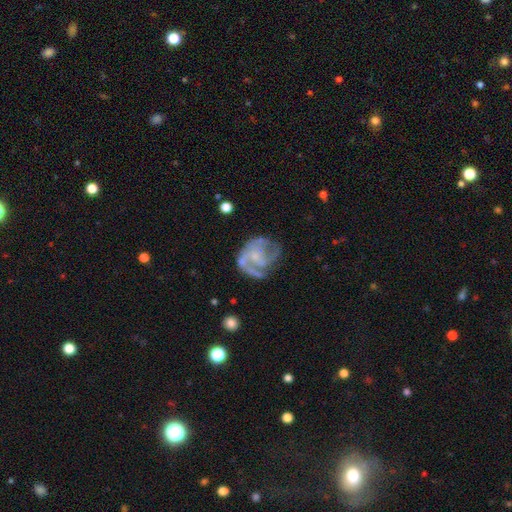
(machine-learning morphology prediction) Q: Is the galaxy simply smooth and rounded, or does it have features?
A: featured or disk — 76%.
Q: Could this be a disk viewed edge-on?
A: no — 98%.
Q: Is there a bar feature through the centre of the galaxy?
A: no — 65%.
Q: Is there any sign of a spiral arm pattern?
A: yes — 75%.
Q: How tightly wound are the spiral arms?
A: medium — 44%.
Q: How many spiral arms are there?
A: can't tell — 28%, tied with 2.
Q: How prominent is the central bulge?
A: small — 44%.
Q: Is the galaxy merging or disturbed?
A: none — 45%.